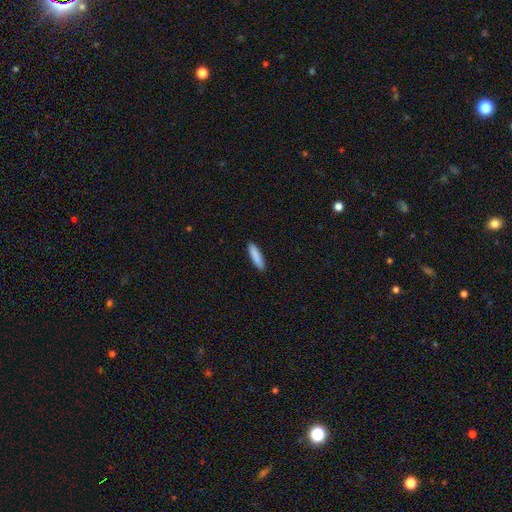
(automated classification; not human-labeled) The model was most divided on "how rounded": cigar-shaped: 76%, in between: 22%, round: 1%. More confident: merging — none (91%); smooth or featured — smooth (88%).